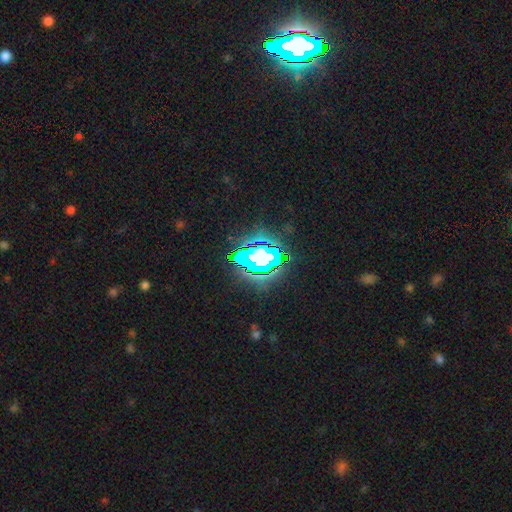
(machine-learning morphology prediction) smooth_or_featured: star or artifact (p=0.72) [alt: smooth p=0.14]